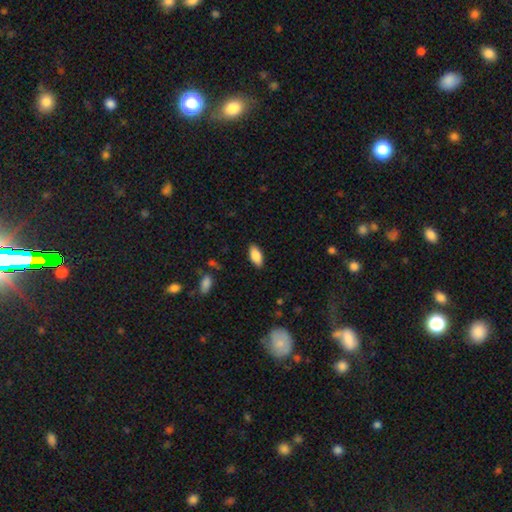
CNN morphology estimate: This is clearly a smooth galaxy (85%). How rounded: clearly in between (89%). Merging: clearly none (87%).